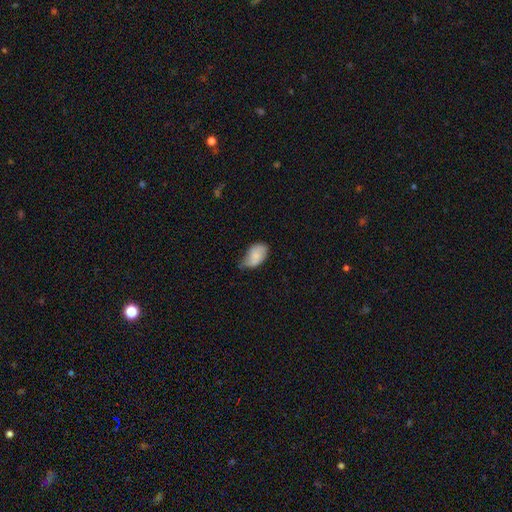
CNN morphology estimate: type=smooth (80%); roundness=in between (93%); merging=none (47%).